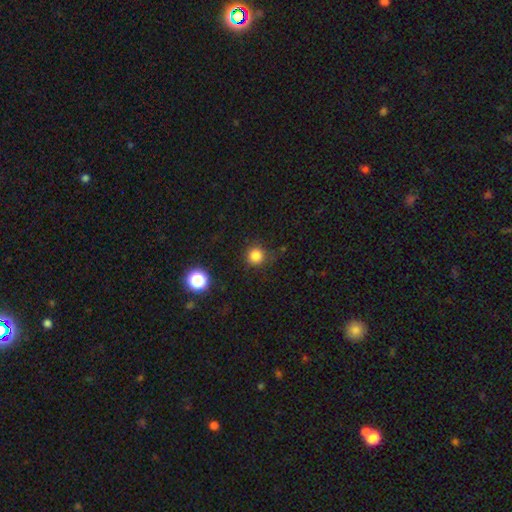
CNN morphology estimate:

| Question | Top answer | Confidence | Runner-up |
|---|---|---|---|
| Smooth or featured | smooth | 83% | star or artifact (13%) |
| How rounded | round | 95% | in between (4%) |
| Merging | none | 85% | minor disturbance (10%) |